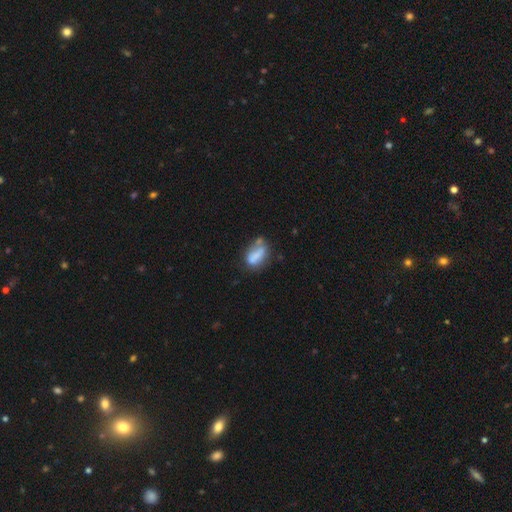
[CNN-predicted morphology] Overall: smooth (64%; featured or disk 26%). How rounded: in between (75%). Merging: none (41%; minor disturbance 27%).